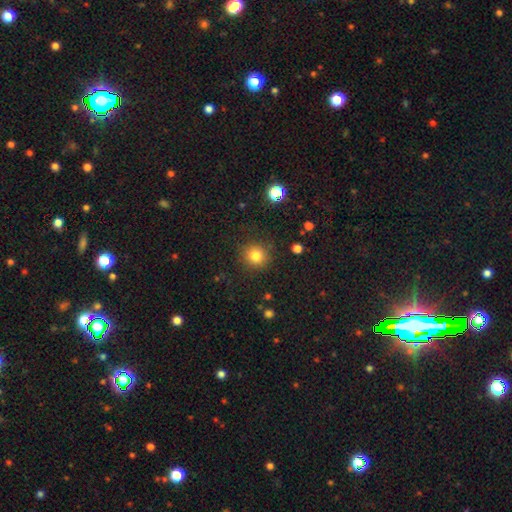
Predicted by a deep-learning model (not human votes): smooth 81%, star or artifact 13%, featured or disk 6%. Down the decision tree: how rounded — round (91%); merging — none (88%).